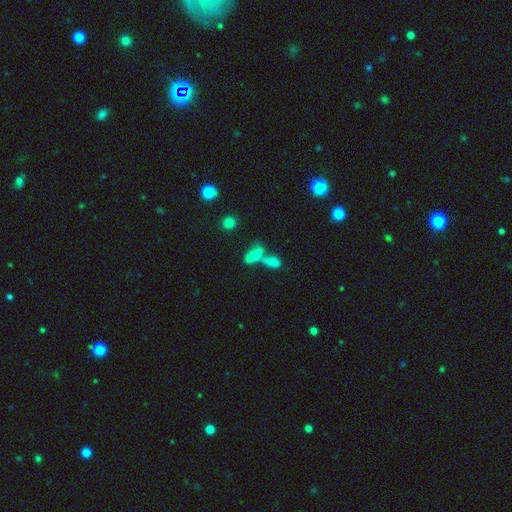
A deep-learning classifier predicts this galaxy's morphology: Q: Smooth or featured?
A: smooth (68%); runner-up: featured or disk (19%)
Q: How rounded?
A: in between (73%); runner-up: cigar-shaped (19%)
Q: Merging?
A: merger (52%); runner-up: none (33%)